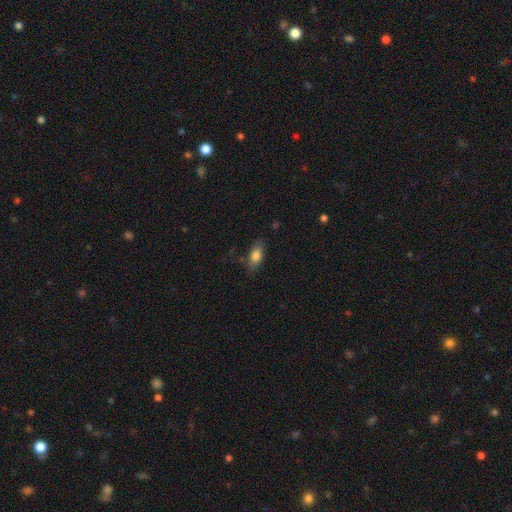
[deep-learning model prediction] Morphology: type=smooth (79%); roundness=in between (82%); merging=none (74%).